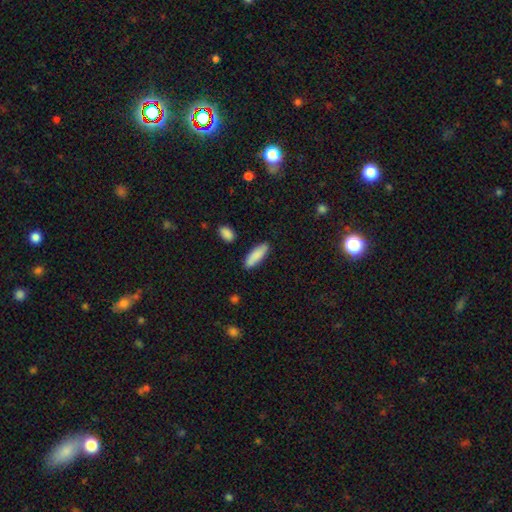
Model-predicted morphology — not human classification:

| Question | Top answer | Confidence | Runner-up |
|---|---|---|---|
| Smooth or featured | smooth | 87% | featured or disk (7%) |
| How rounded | in between | 53% | cigar-shaped (46%) |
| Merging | none | 85% | minor disturbance (10%) |